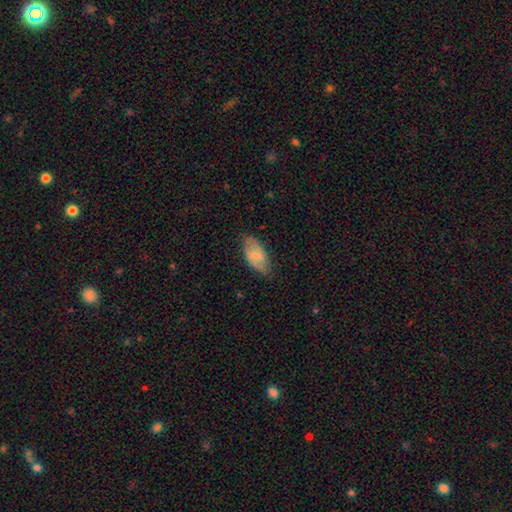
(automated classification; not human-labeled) Overall: smooth (56%; featured or disk 37%). How rounded: in between (93%). Merging: none (76%).